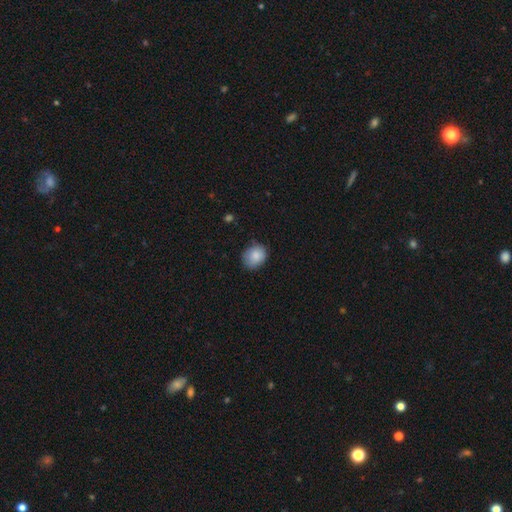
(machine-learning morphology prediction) Smooth or featured? smooth (86%)
How rounded? round (62%)
Merging? none (77%)